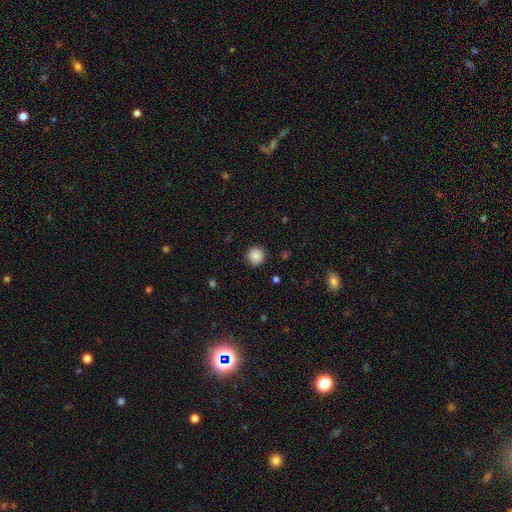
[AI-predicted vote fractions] Smooth or featured? smooth (88%)
How rounded? round (94%)
Merging? none (91%)